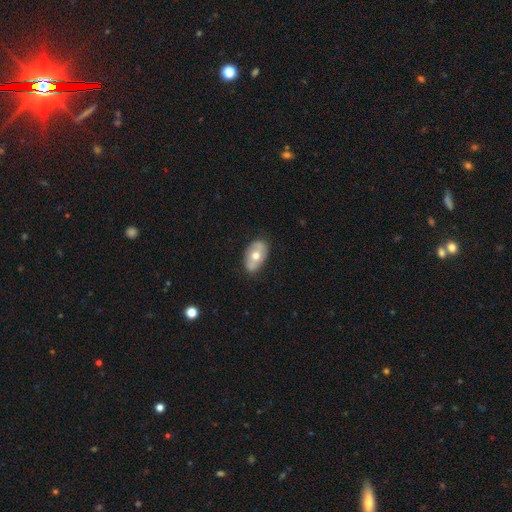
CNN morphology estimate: Overall: smooth (52%; featured or disk 42%). How rounded: in between (89%). Merging: none (78%).